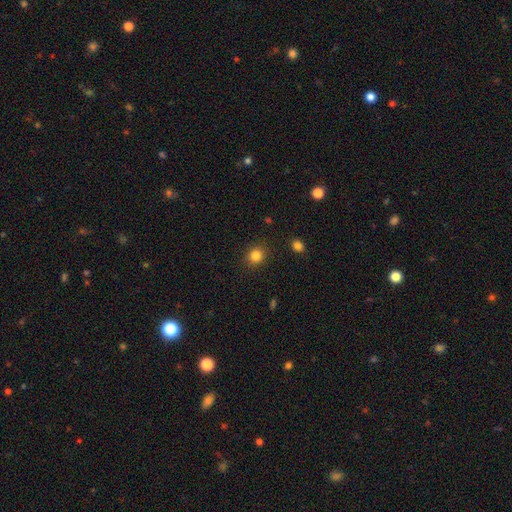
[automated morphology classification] type=smooth (83%); roundness=round (80%); merging=none (89%).